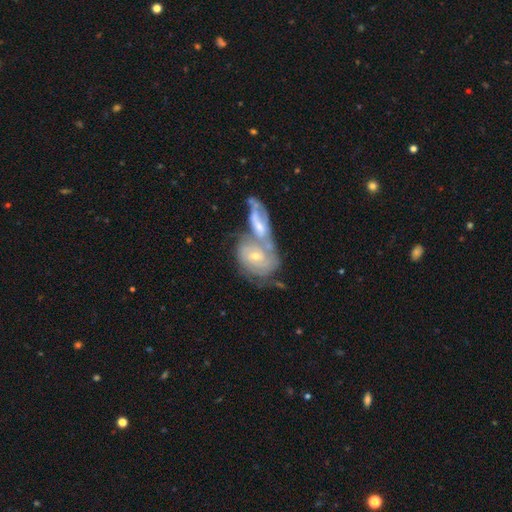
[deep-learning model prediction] smooth_or_featured: featured or disk (p=0.71) [alt: smooth p=0.21]
disk_edge_on: no (p=0.93) [alt: yes p=0.07]
bar: no (p=0.62) [alt: weak p=0.29]
has_spiral_arms: yes (p=0.84) [alt: no p=0.16]
spiral_winding: tight (p=0.67) [alt: medium p=0.26]
spiral_arm_count: can't tell (p=0.54) [alt: 2 p=0.24]
bulge_size: small (p=0.56) [alt: moderate p=0.39]
merging: merger (p=0.66) [alt: none p=0.21]